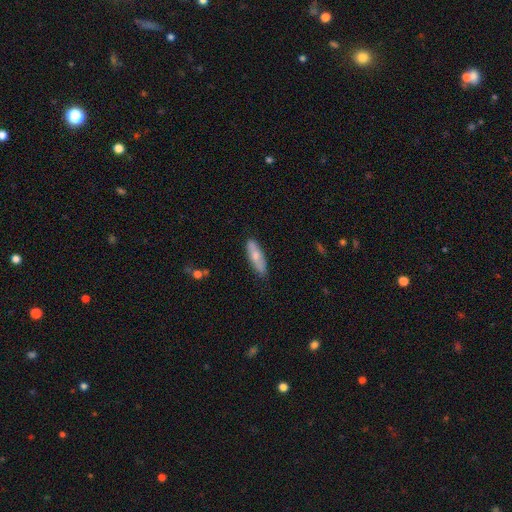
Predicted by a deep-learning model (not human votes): This appears to be a smooth galaxy with no disk features (66%) that is cigar-shaped (49%, tied with in between). Merging: none (80%).